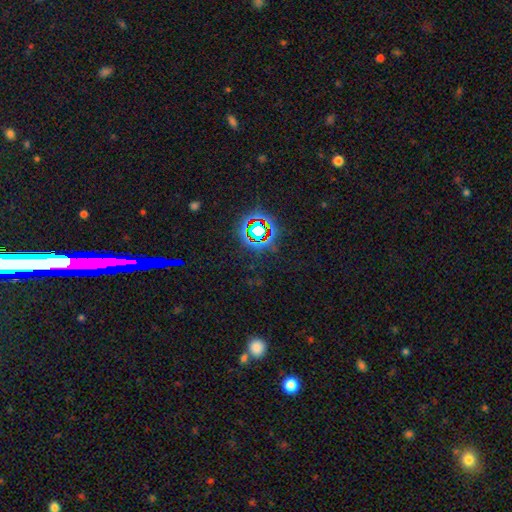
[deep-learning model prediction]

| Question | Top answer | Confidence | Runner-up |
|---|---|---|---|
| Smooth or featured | star or artifact | 74% | smooth (15%) |